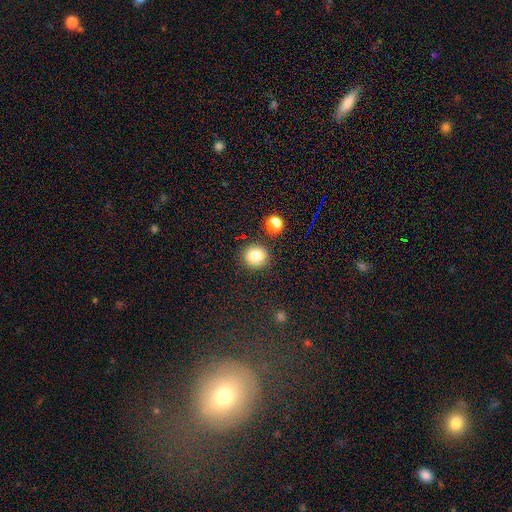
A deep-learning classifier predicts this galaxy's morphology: Smooth or featured: smooth — 79% (star or artifact — 12%)
How rounded: round — 92% (in between — 7%)
Merging: none — 87% (minor disturbance — 7%)